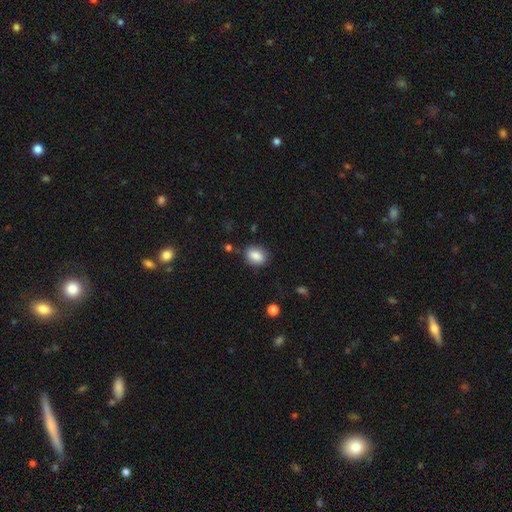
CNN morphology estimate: The model was most divided on "how rounded": in between: 61%, round: 38%, cigar-shaped: 1%. More confident: smooth or featured — smooth (84%); merging — none (80%).